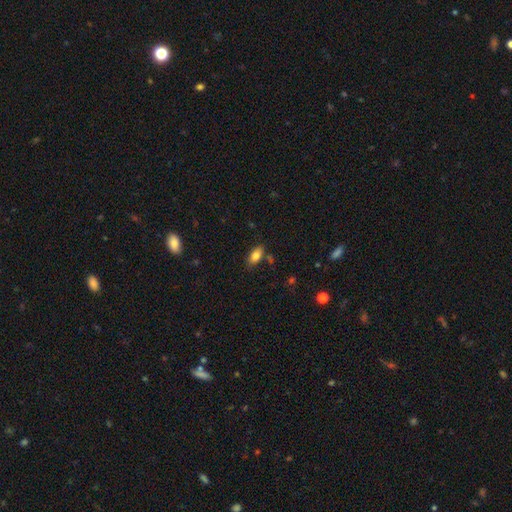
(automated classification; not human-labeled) Q: Smooth or featured?
A: smooth (81%); runner-up: featured or disk (10%)
Q: How rounded?
A: in between (90%); runner-up: cigar-shaped (6%)
Q: Merging?
A: none (77%); runner-up: minor disturbance (15%)